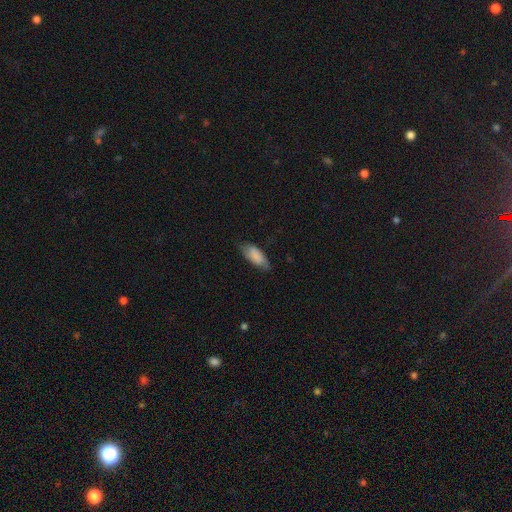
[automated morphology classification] smooth-or-featured: smooth: 82% | featured or disk: 12% | star or artifact: 6%
  how-rounded: in between: 82% | cigar-shaped: 16% | round: 2%
  merging: none: 68% | minor disturbance: 26% | major disturbance: 5% | merger: 1%